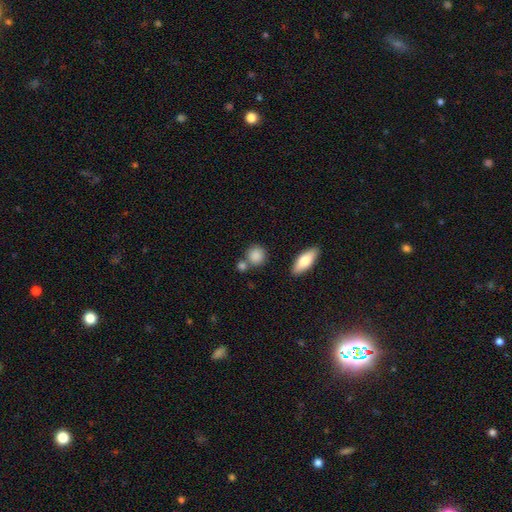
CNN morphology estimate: smooth_or_featured: smooth (p=0.86) [alt: star or artifact p=0.08]
how_rounded: round (p=0.81) [alt: in between p=0.17]
merging: none (p=0.66) [alt: merger p=0.20]